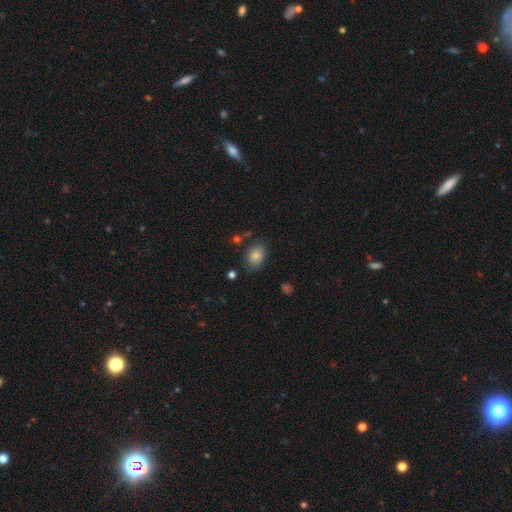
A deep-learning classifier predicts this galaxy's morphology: Smooth or featured? smooth (84%)
How rounded? in between (75%)
Merging? none (77%)